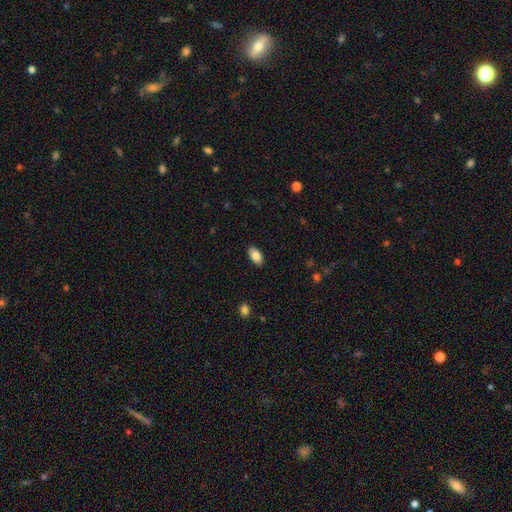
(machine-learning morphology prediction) A smooth galaxy with no disk features (85%) that is in between round and cigar-shaped (93%).

Vote fractions:
- Smooth or featured? smooth: 85% / featured or disk: 8% / star or artifact: 7%
- How rounded? in between: 93% / round: 4% / cigar-shaped: 3%
- Merging? none: 88% / minor disturbance: 9% / major disturbance: 2% / merger: 1%